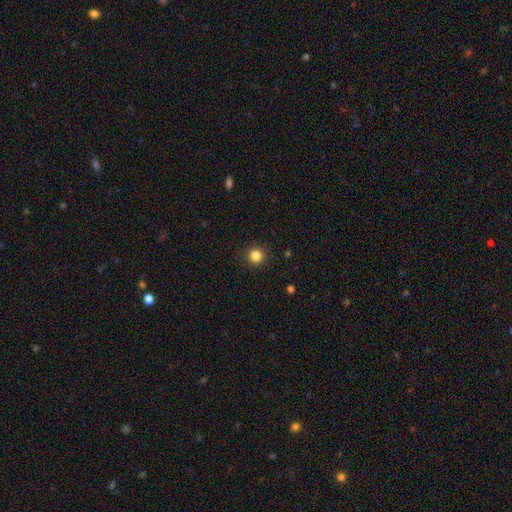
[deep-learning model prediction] smooth 85%, star or artifact 11%, featured or disk 4%. Down the decision tree: how rounded — round (93%); merging — none (92%).